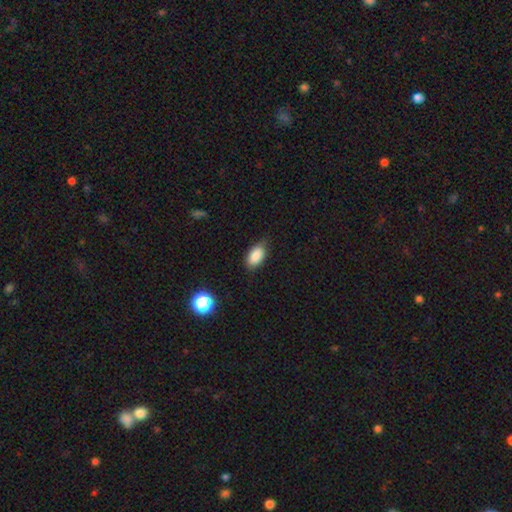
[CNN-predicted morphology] smooth 87%, star or artifact 8%, featured or disk 5%. Down the decision tree: how rounded — in between (92%); merging — none (75%).